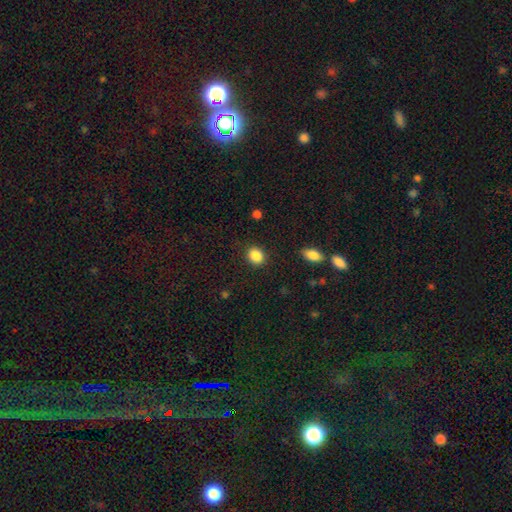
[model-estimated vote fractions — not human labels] Smooth or featured? Predicted: smooth (p=0.87). How rounded? Predicted: round (p=0.61). Merging? Predicted: none (p=0.87).